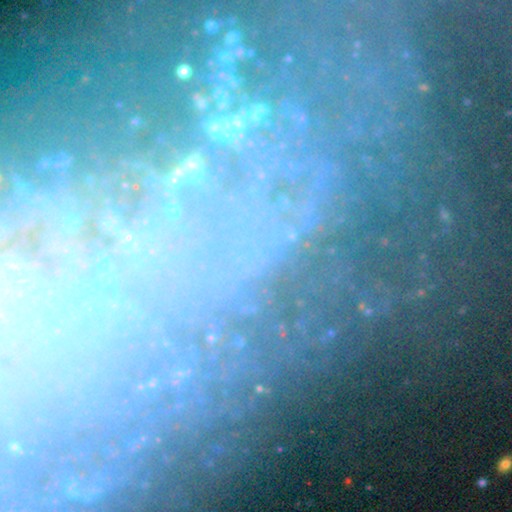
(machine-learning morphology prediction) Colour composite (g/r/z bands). It shows a star or artifact, not a galaxy (56%).